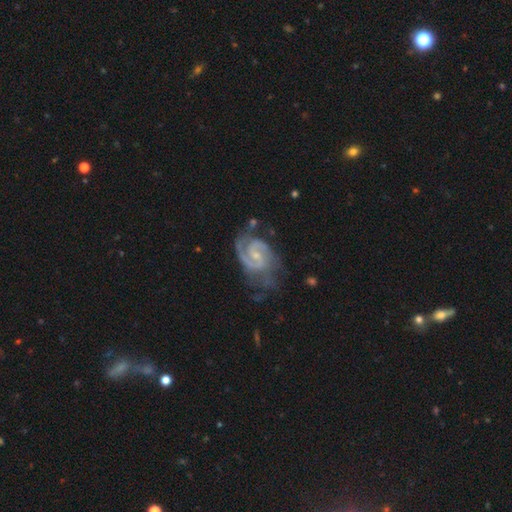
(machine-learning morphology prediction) Smooth or featured: featured or disk — 92% (star or artifact — 5%)
Edge-on disk: no — 98% (yes — 2%)
Bar: weak — 50% (no — 38%)
Spiral arms: yes — 98% (no — 2%)
Spiral winding: medium — 51% (tight — 40%)
Spiral arm count: 2 — 86% (3 — 6%)
Bulge size: small — 67% (moderate — 24%)
Merging: none — 60% (minor disturbance — 24%)